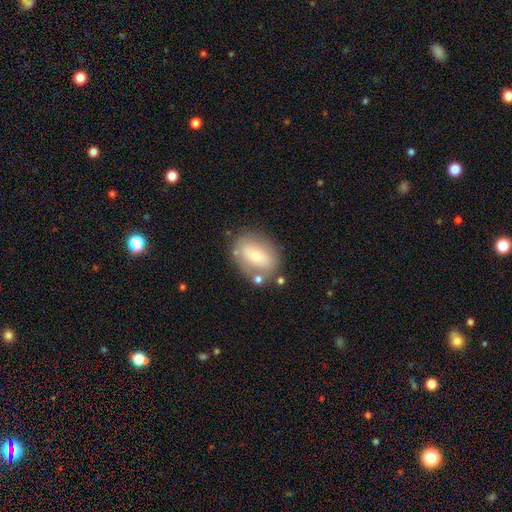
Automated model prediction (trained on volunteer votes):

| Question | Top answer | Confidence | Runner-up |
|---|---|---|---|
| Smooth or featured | smooth | 57% | featured or disk (34%) |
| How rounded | in between | 68% | round (30%) |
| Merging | none | 71% | minor disturbance (16%) |